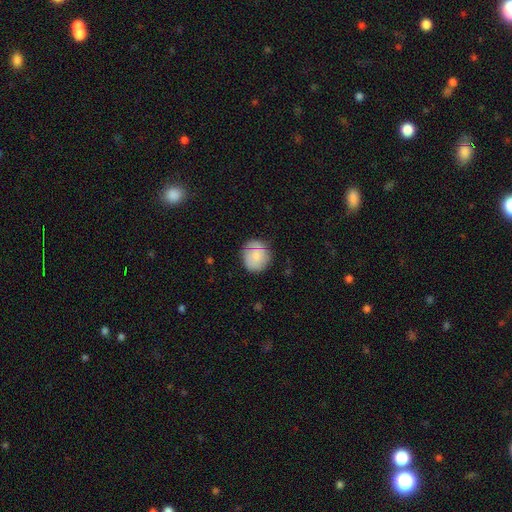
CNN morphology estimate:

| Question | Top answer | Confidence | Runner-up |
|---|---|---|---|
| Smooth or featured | smooth | 74% | featured or disk (18%) |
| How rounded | round | 86% | in between (13%) |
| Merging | none | 70% | minor disturbance (22%) |